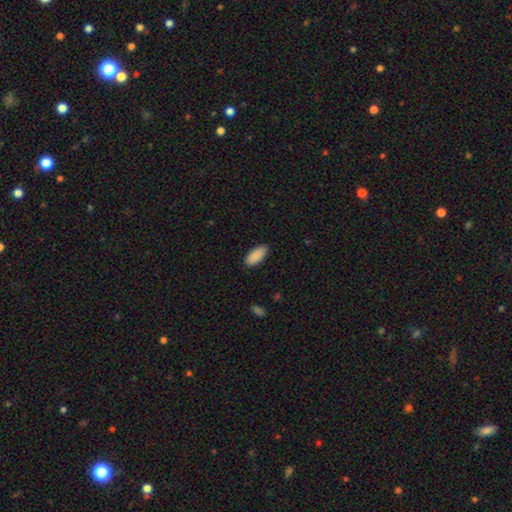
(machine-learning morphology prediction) Smooth or featured? smooth (91%)
How rounded? in between (88%)
Merging? none (88%)